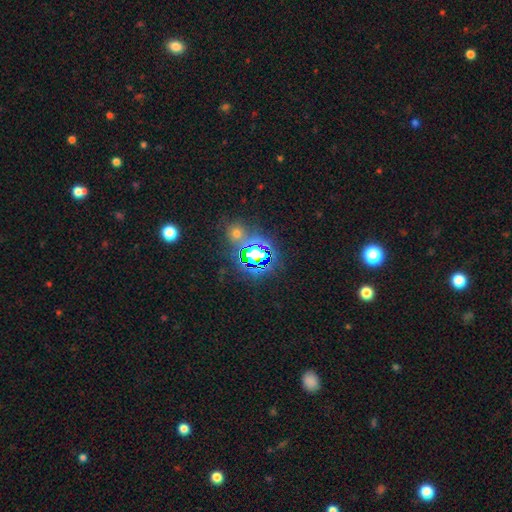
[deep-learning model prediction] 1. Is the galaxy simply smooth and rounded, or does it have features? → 78% star or artifact, 15% smooth, 7% featured or disk.